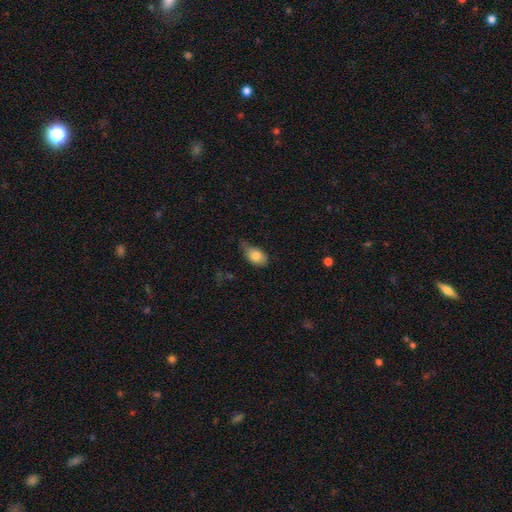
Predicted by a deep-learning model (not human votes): smooth-or-featured: smooth: 81% | featured or disk: 11% | star or artifact: 8%
  how-rounded: in between: 88% | round: 9% | cigar-shaped: 3%
  merging: minor disturbance: 44% | none: 41% | major disturbance: 12% | merger: 3%